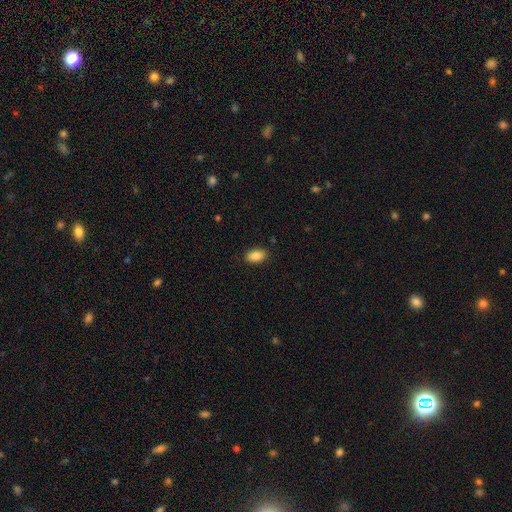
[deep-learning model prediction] smooth-or-featured: smooth: 88% | star or artifact: 8% | featured or disk: 5%
  how-rounded: in between: 91% | round: 7% | cigar-shaped: 2%
  merging: none: 87% | minor disturbance: 9% | major disturbance: 2% | merger: 1%